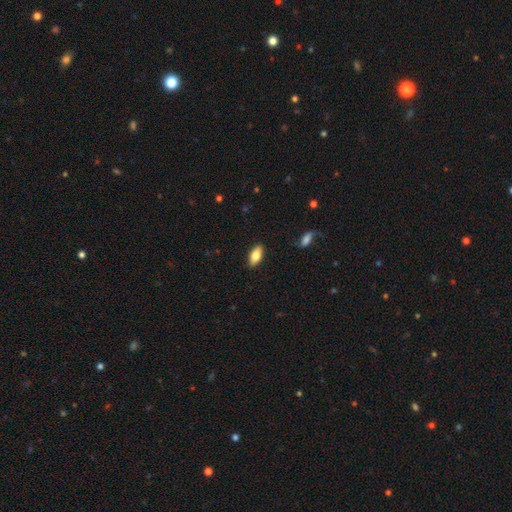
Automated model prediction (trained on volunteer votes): Smooth or featured?
  - smooth: 77% *
  - featured or disk: 16%
  - star or artifact: 6%
How rounded?
  - in between: 87% *
  - cigar-shaped: 10%
  - round: 3%
Merging?
  - none: 89% *
  - minor disturbance: 8%
  - major disturbance: 2%
  - merger: 1%